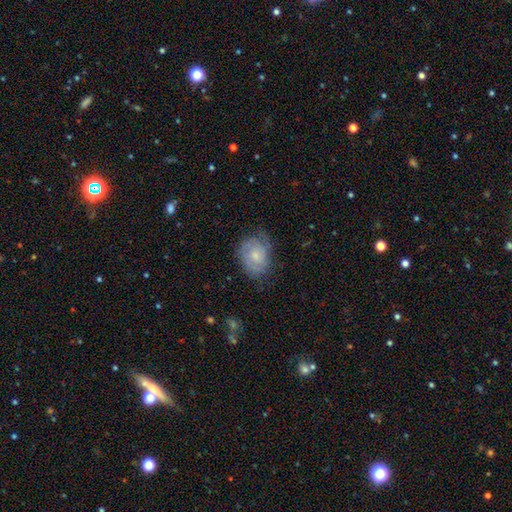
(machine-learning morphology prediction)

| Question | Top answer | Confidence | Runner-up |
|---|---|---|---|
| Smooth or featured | featured or disk | 50% | smooth (43%) |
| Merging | none | 60% | minor disturbance (28%) |